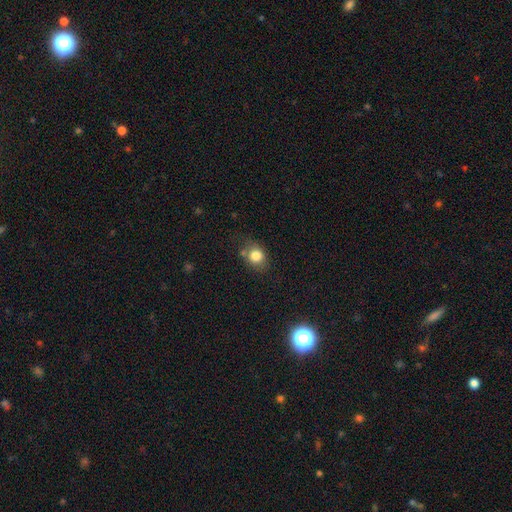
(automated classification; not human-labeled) Smooth or featured? smooth (81%)
How rounded? round (58%)
Merging? none (66%)